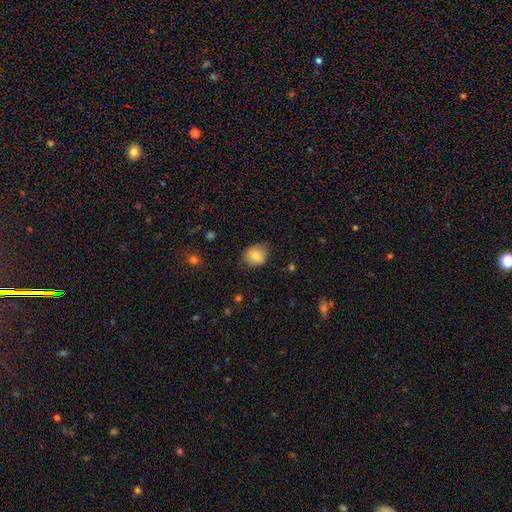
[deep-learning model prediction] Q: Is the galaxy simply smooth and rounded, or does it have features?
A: smooth — 81%.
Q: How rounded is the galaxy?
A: round — 69%.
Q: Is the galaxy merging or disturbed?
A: none — 79%.